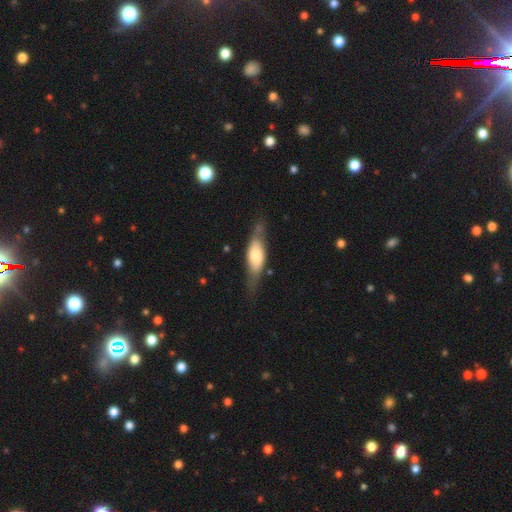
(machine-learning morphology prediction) This is possibly a smooth galaxy (48%). Merging: likely none (65%).